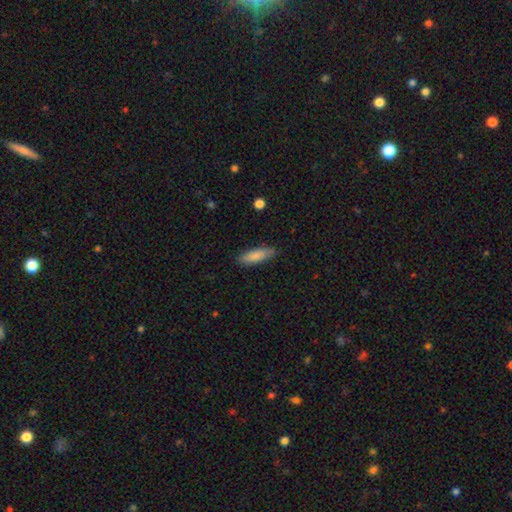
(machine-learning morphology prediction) smooth-or-featured: smooth: 84% | featured or disk: 10% | star or artifact: 6%
  how-rounded: cigar-shaped: 52% | in between: 46% | round: 2%
  merging: none: 83% | minor disturbance: 13% | major disturbance: 2% | merger: 1%